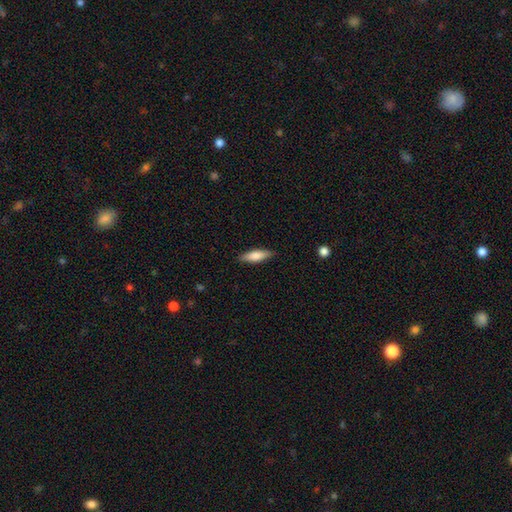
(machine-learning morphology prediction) Overall: smooth (74%). How rounded: cigar-shaped (54%; in between 44%). Merging: none (86%).